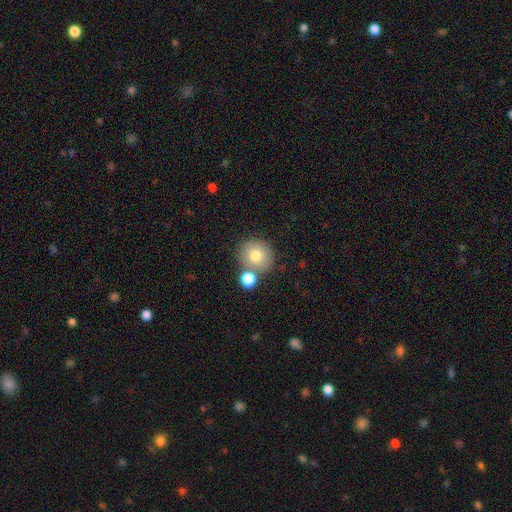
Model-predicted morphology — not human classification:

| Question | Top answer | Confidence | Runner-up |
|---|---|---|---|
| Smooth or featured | smooth | 76% | featured or disk (14%) |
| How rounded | round | 89% | in between (10%) |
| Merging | none | 67% | merger (20%) |